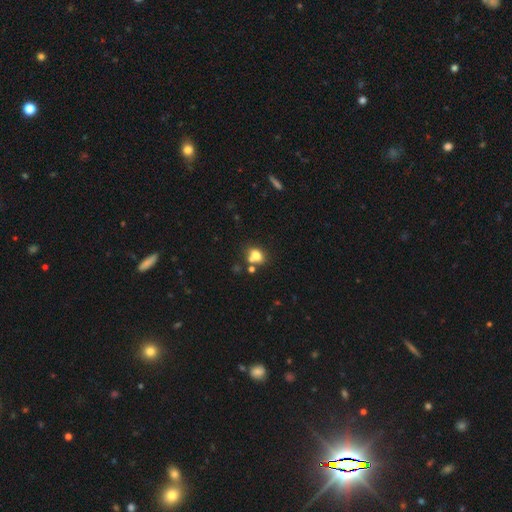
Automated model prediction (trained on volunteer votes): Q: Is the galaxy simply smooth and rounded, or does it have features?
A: smooth — 73%.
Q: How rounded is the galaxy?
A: in between — 65%.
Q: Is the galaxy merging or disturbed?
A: none — 50%.